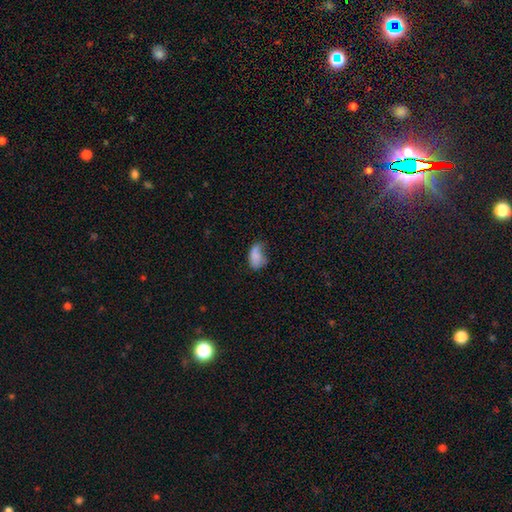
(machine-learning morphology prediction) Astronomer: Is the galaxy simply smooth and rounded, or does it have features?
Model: smooth — 77%.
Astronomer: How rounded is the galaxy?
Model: in between — 90%.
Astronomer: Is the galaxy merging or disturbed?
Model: minor disturbance — 37% (runner-up: none, 34%).